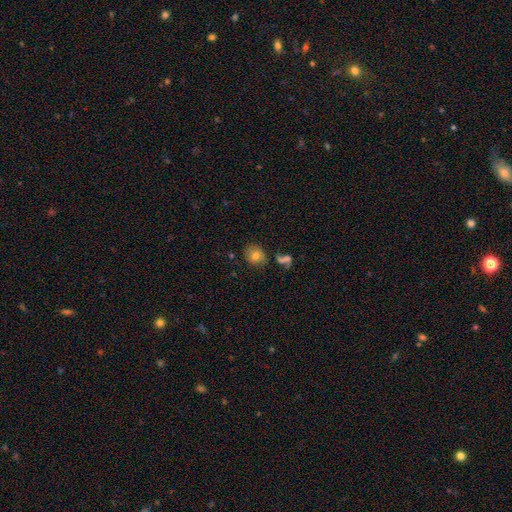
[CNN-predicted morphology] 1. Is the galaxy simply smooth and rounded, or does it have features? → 73% smooth, 16% featured or disk, 11% star or artifact.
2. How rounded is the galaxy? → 67% round, 32% in between, 1% cigar-shaped.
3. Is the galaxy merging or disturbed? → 69% none, 17% minor disturbance, 7% merger, 6% major disturbance.